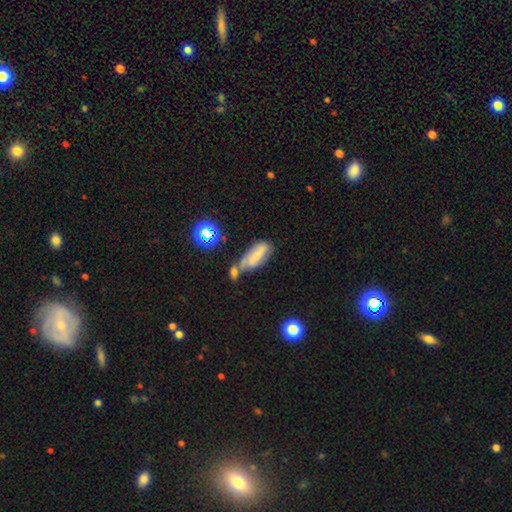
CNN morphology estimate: type=smooth (47%); merging=merger (37%).